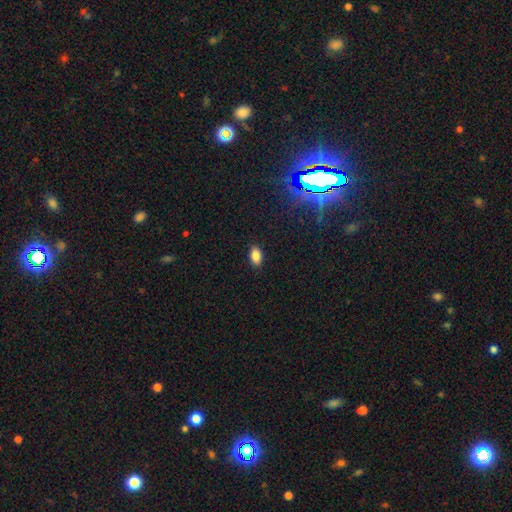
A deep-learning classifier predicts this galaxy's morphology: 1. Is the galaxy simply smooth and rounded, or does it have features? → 85% smooth, 10% star or artifact, 5% featured or disk.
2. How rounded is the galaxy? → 91% in between, 6% round, 3% cigar-shaped.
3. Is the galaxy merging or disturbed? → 87% none, 10% minor disturbance, 2% major disturbance, 1% merger.